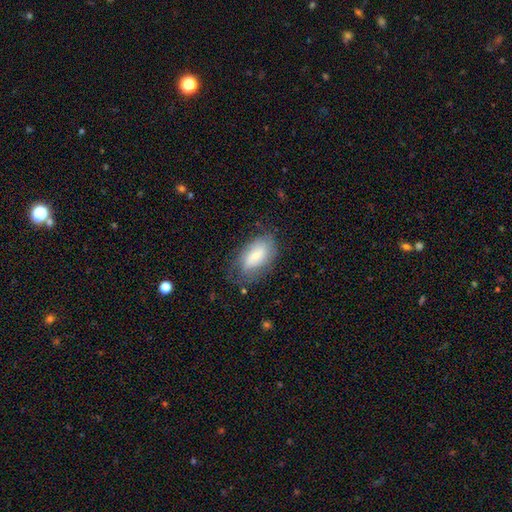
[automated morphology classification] Q: Smooth or featured?
A: smooth (62%); runner-up: featured or disk (31%)
Q: How rounded?
A: in between (91%); runner-up: round (5%)
Q: Merging?
A: none (63%); runner-up: minor disturbance (25%)